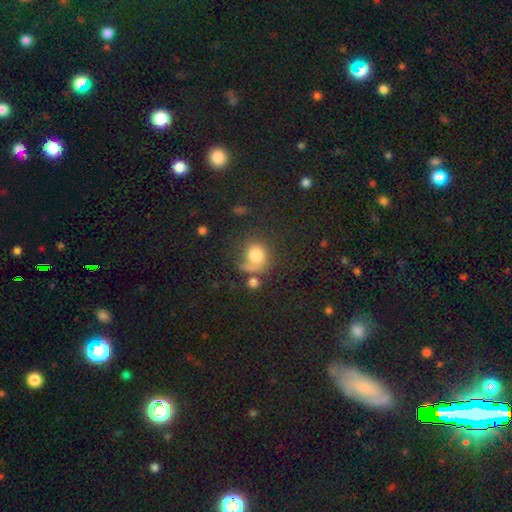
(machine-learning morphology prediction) smooth 73%, featured or disk 15%, star or artifact 12%. Down the decision tree: how rounded — round (72%); merging — none (48%).